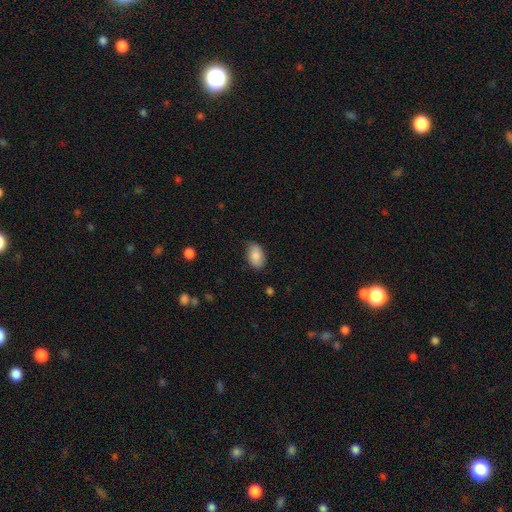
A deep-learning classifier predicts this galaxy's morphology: Q: Smooth or featured?
A: smooth (84%); runner-up: featured or disk (9%)
Q: How rounded?
A: in between (90%); runner-up: round (9%)
Q: Merging?
A: none (79%); runner-up: minor disturbance (17%)